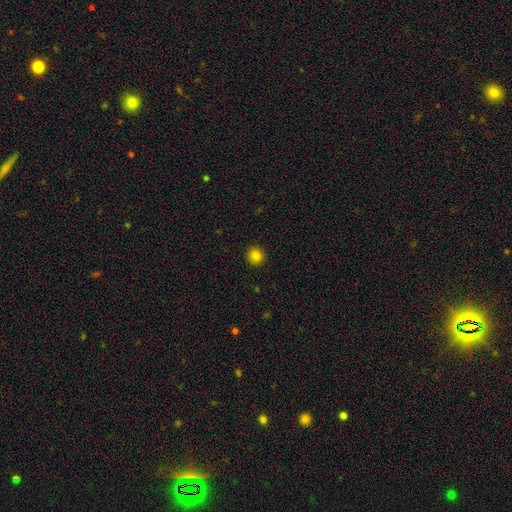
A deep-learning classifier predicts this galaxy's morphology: The model was most divided on "smooth or featured": smooth: 82%, star or artifact: 13%, featured or disk: 5%. More confident: how rounded — round (93%); merging — none (93%).